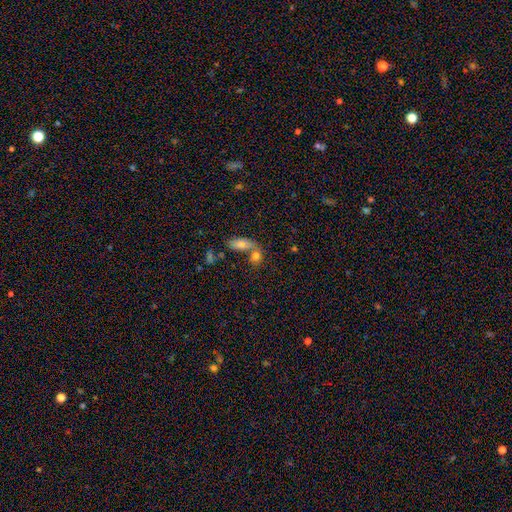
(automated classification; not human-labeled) A smooth galaxy with no disk features (76%) that is in between round and cigar-shaped (56%). Merging: merger (47%).